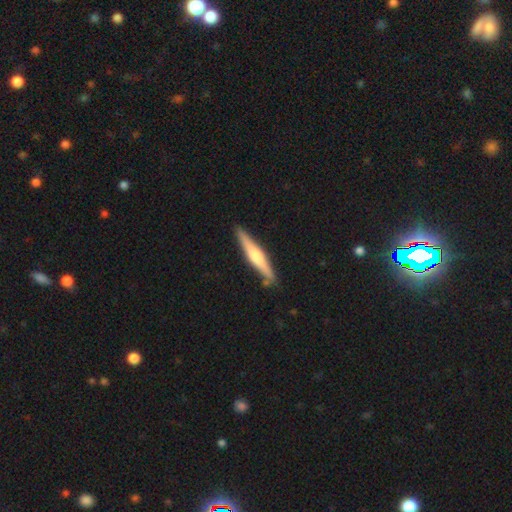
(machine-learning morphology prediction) A featured or disk galaxy (60%) viewed edge-on (97%) with a rounded central bulge (79%). Merging: none (88%).